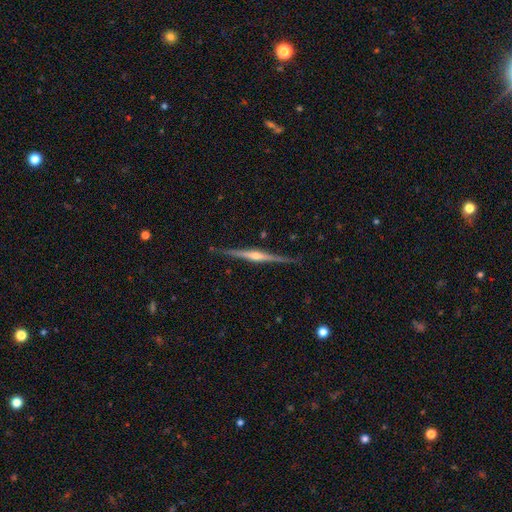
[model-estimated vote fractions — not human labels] Q: Smooth or featured?
A: featured or disk (83%); runner-up: smooth (11%)
Q: Edge-on disk?
A: yes (98%); runner-up: no (2%)
Q: Edge-on bulge?
A: rounded (85%); runner-up: boxy (8%)
Q: Merging?
A: none (88%); runner-up: minor disturbance (9%)